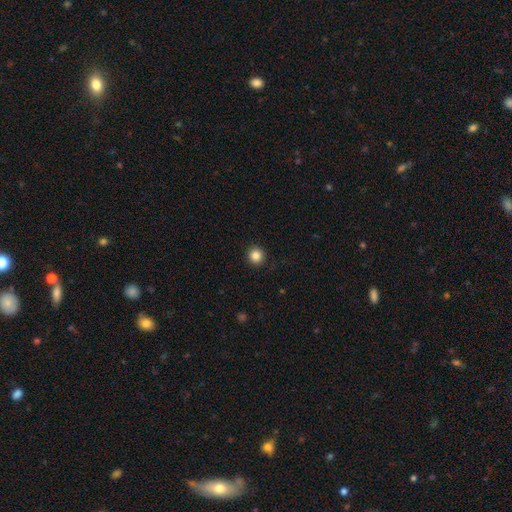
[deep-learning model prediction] Overall: smooth (85%). How rounded: round (94%). Merging: none (92%).